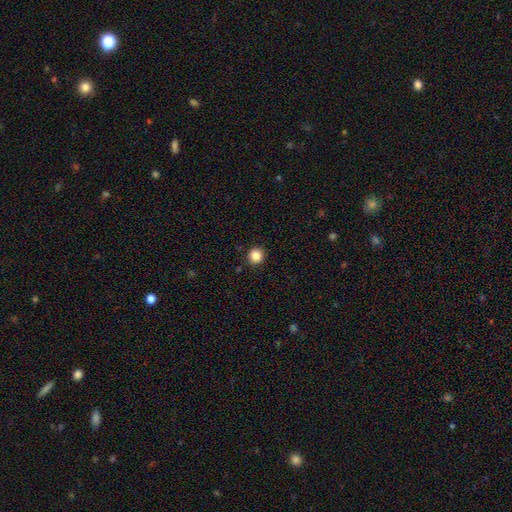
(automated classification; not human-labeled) Overall: smooth (86%). How rounded: round (94%). Merging: none (92%).